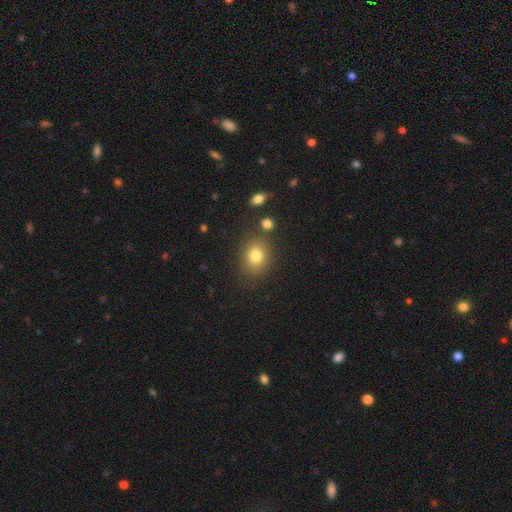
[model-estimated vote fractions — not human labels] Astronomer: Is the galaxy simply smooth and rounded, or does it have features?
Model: smooth — 79%.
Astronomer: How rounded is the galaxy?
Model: round — 54% (runner-up: in between, 45%).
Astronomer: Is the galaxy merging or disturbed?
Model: none — 81%.